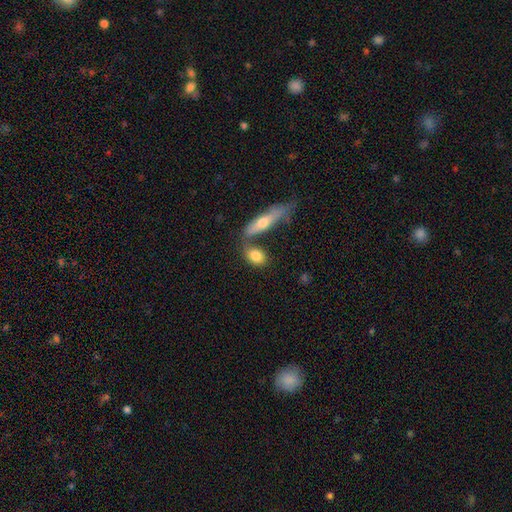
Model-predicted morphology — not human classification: A smooth galaxy with no disk features (79%) that is in between round and cigar-shaped (72%).

Vote fractions:
- Smooth or featured? smooth: 79% / featured or disk: 15% / star or artifact: 7%
- How rounded? in between: 72% / round: 17% / cigar-shaped: 11%
- Merging? none: 51% / merger: 31% / minor disturbance: 13% / major disturbance: 5%